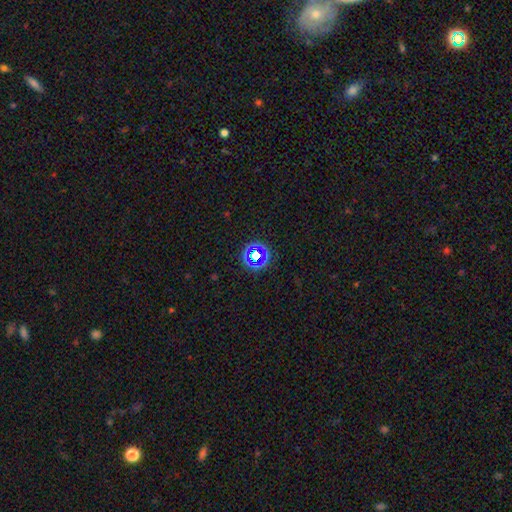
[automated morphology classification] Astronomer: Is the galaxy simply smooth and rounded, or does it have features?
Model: star or artifact — 53% (runner-up: smooth, 35%).